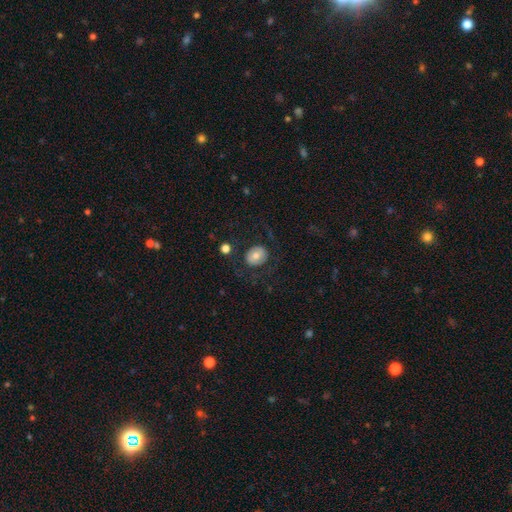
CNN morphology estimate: Smooth or featured? Predicted: smooth (p=0.64). How rounded? Predicted: round (p=0.75). Merging? Predicted: none (p=0.77).